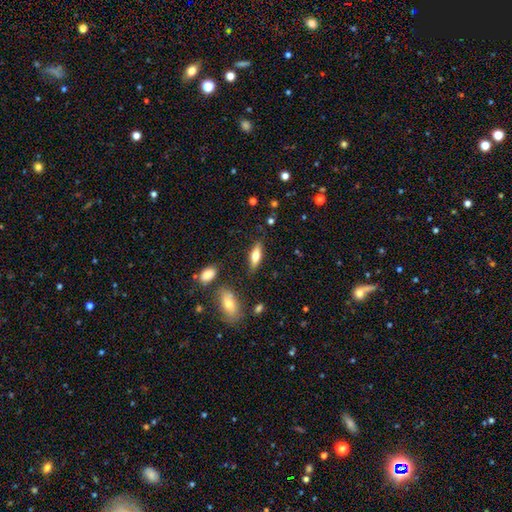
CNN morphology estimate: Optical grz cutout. It shows a smooth galaxy with no disk features (61%) that is in between round and cigar-shaped (59%). Merging: none (82%).